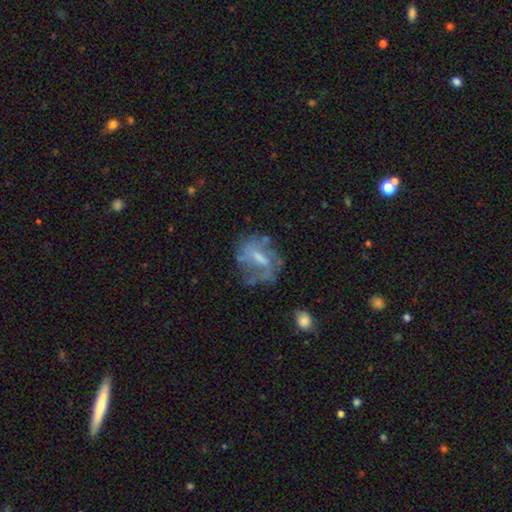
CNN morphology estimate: smooth_or_featured: featured or disk (p=0.65) [alt: smooth p=0.24]
disk_edge_on: no (p=0.96) [alt: yes p=0.04]
bar: weak (p=0.50) [alt: no p=0.31]
has_spiral_arms: yes (p=0.64) [alt: no p=0.36]
bulge_size: moderate (p=0.39) [alt: small p=0.35]
merging: none (p=0.51) [alt: minor disturbance p=0.22]